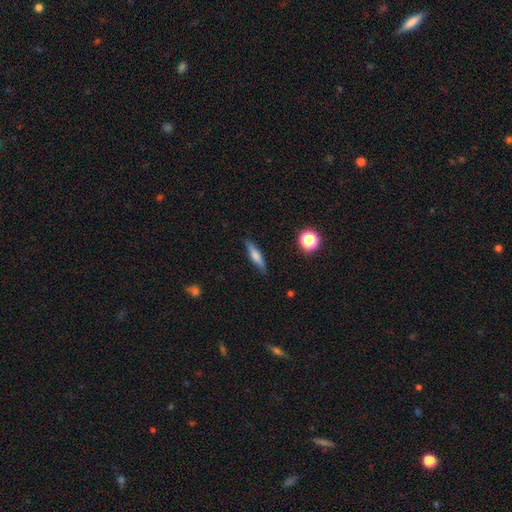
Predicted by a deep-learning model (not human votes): Smooth or featured? smooth (61%)
How rounded? cigar-shaped (78%)
Merging? none (86%)